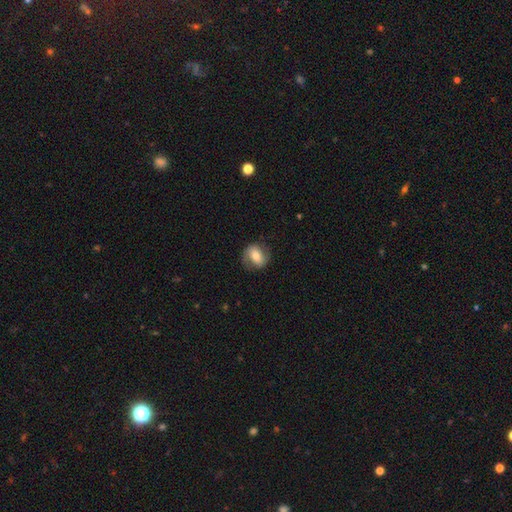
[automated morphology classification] type=smooth (51%); roundness=in between (51%); merging=none (72%).